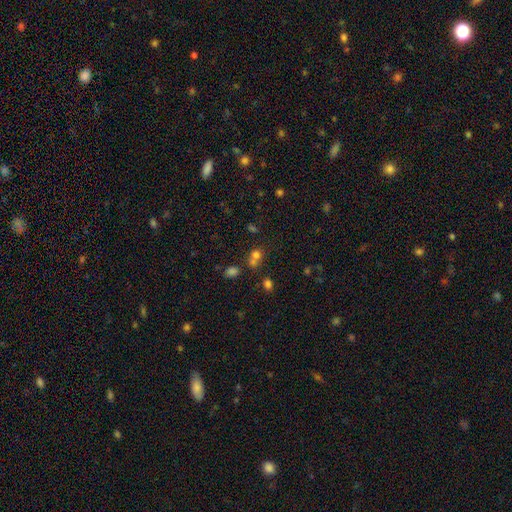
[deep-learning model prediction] Q: Smooth or featured?
A: smooth (68%); runner-up: star or artifact (21%)
Q: How rounded?
A: round (65%); runner-up: in between (34%)
Q: Merging?
A: merger (47%); runner-up: none (38%)